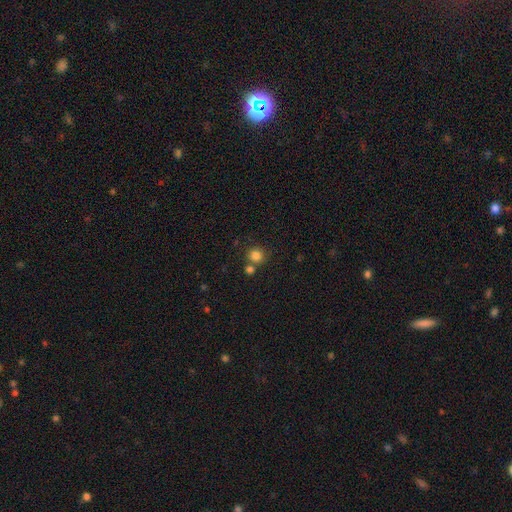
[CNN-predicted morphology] type=smooth (83%); roundness=round (92%); merging=none (66%).